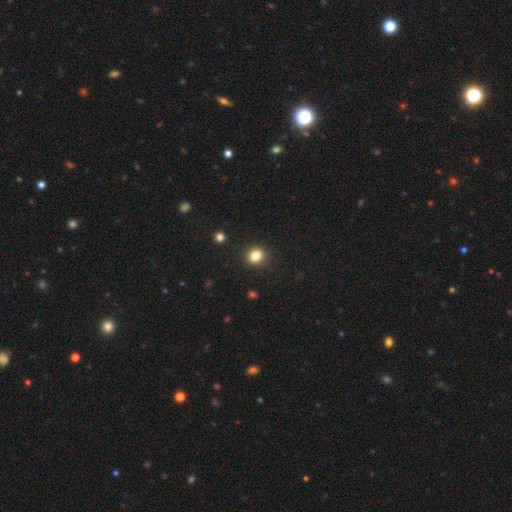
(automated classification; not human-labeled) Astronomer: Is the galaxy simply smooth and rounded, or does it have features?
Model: smooth — 83%.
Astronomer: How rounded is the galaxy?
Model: round — 77%.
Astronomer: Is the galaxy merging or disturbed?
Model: none — 91%.